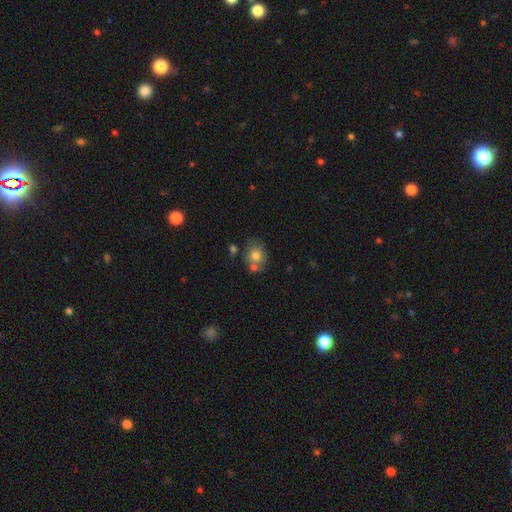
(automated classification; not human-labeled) A smooth galaxy with no disk features (74%) that is round (61%). Merging: none (56%).